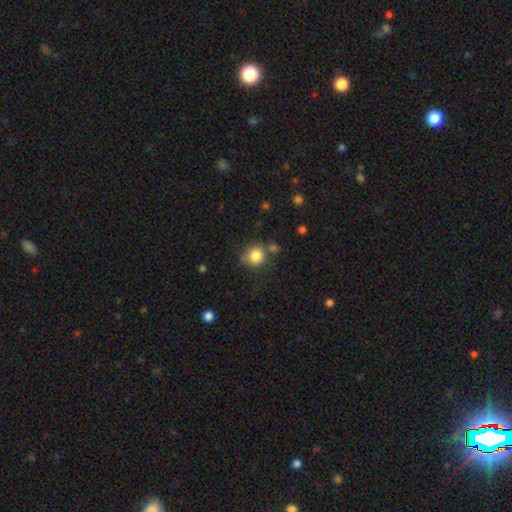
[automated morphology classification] smooth_or_featured: smooth (p=0.83) [alt: star or artifact p=0.10]
how_rounded: round (p=0.85) [alt: in between p=0.14]
merging: none (p=0.64) [alt: minor disturbance p=0.19]